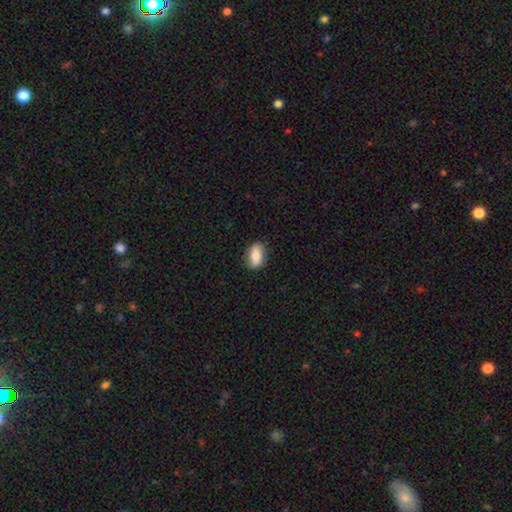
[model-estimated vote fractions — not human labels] A smooth galaxy with no disk features (76%) that is in between round and cigar-shaped (86%).

Vote fractions:
- Smooth or featured? smooth: 76% / featured or disk: 17% / star or artifact: 7%
- How rounded? in between: 86% / round: 9% / cigar-shaped: 5%
- Merging? none: 83% / minor disturbance: 13% / major disturbance: 3% / merger: 1%